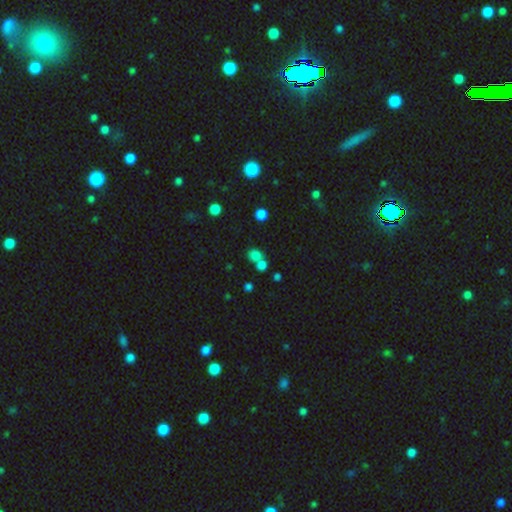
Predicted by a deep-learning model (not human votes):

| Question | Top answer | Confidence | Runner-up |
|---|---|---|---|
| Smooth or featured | smooth | 74% | star or artifact (18%) |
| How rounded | round | 71% | in between (28%) |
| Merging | none | 46% | merger (42%) |